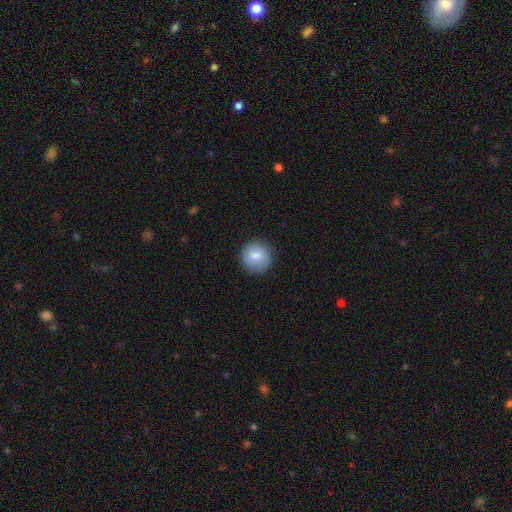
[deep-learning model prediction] A smooth galaxy with no disk features (81%) that is round (94%). Merging: none (87%).